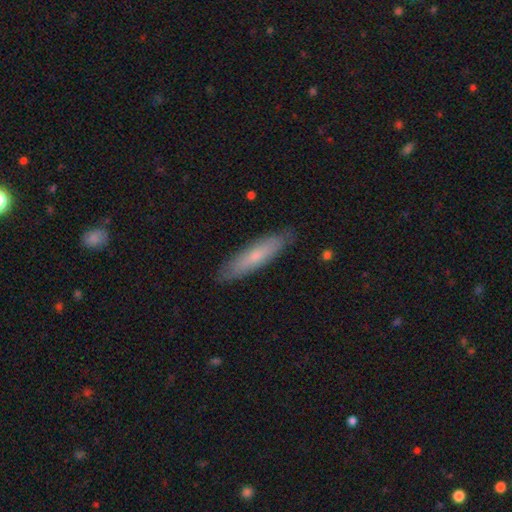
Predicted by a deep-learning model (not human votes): Morphology: type=smooth (63%); roundness=cigar-shaped (77%); merging=none (86%).